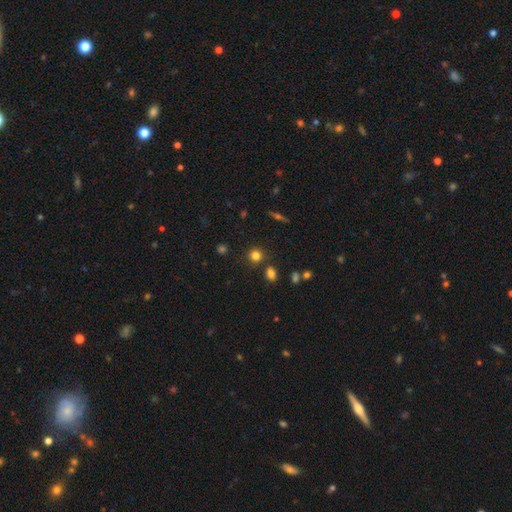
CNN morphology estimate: type=smooth (80%); roundness=round (86%); merging=none (80%).